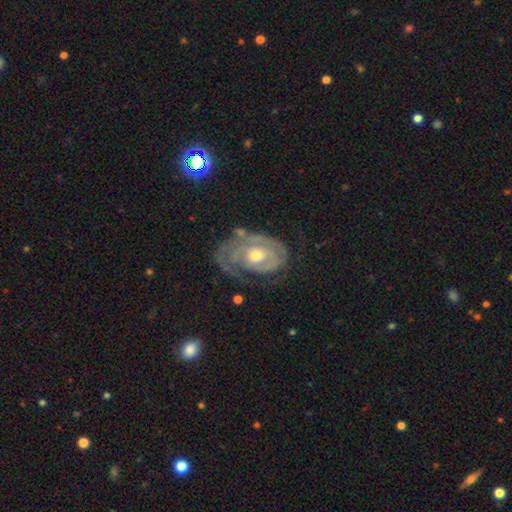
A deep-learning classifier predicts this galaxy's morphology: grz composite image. It shows a featured or disk galaxy (80%) with no bar (72%), tight (68%) spiral arms (81%) and a moderate central bulge (63%). Merging: none (49%).